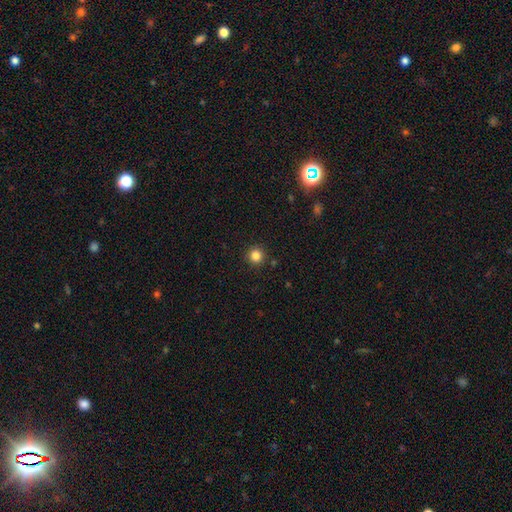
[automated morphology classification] Overall: smooth (84%). How rounded: round (95%). Merging: none (91%).